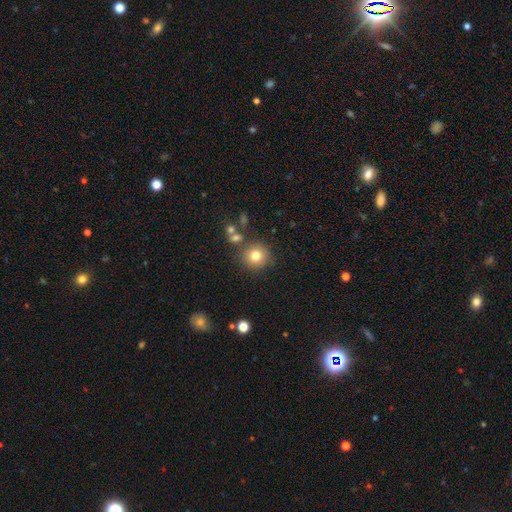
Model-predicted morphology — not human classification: This appears to be a smooth galaxy with no disk features (78%) that is round (93%). Merging: none (81%).